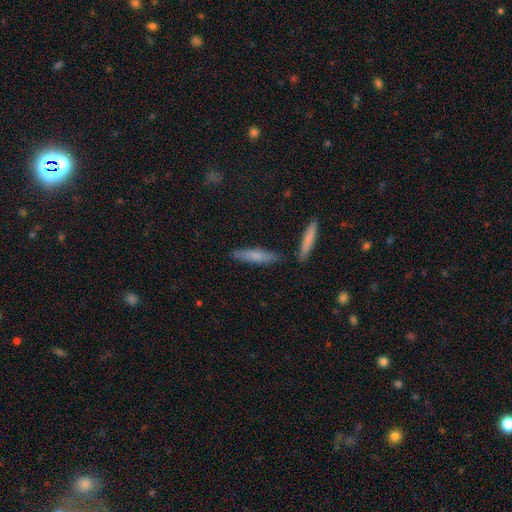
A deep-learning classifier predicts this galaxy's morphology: smooth 70%, featured or disk 24%, star or artifact 6%. Down the decision tree: how rounded — cigar-shaped (83%); merging — none (81%).